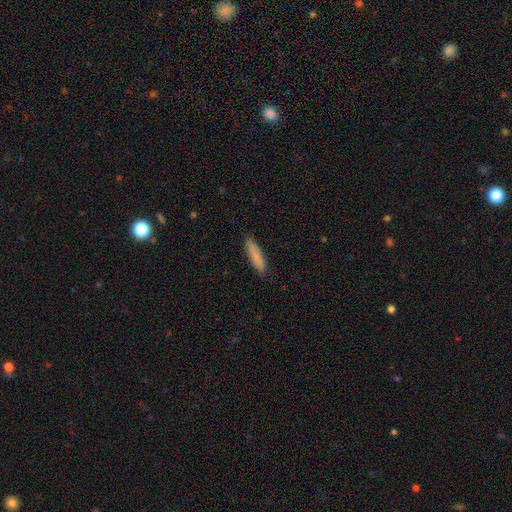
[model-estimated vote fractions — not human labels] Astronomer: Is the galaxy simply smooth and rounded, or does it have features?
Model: smooth — 84%.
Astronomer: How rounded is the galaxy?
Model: cigar-shaped — 78%.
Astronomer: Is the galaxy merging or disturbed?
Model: none — 88%.